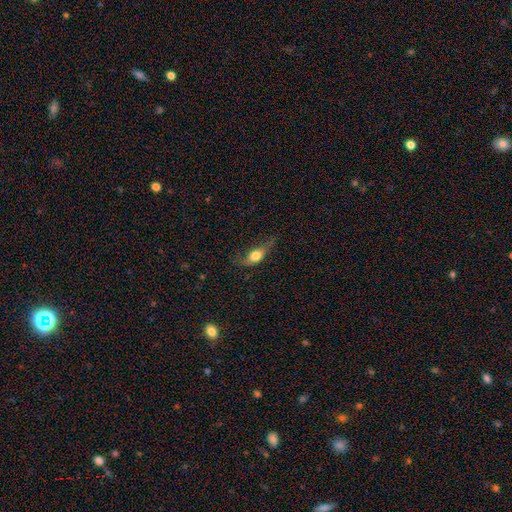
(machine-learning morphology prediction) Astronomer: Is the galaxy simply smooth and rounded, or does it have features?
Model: smooth — 67%.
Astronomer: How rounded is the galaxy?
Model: in between — 66%.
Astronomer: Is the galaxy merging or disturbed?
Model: none — 45% (runner-up: minor disturbance, 33%).